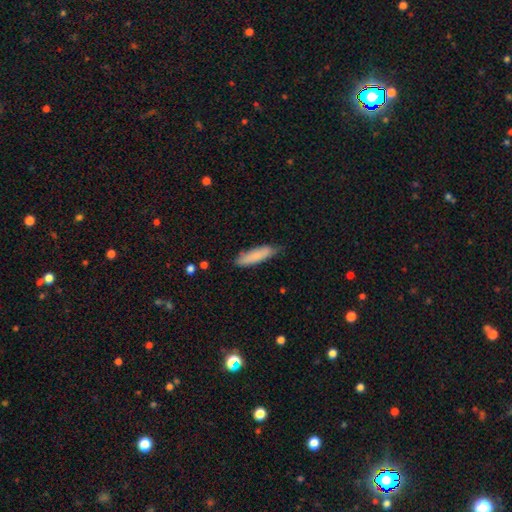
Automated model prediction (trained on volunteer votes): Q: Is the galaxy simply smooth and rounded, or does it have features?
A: smooth — 80%.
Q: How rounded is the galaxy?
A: cigar-shaped — 68%.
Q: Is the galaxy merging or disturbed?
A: none — 72%.